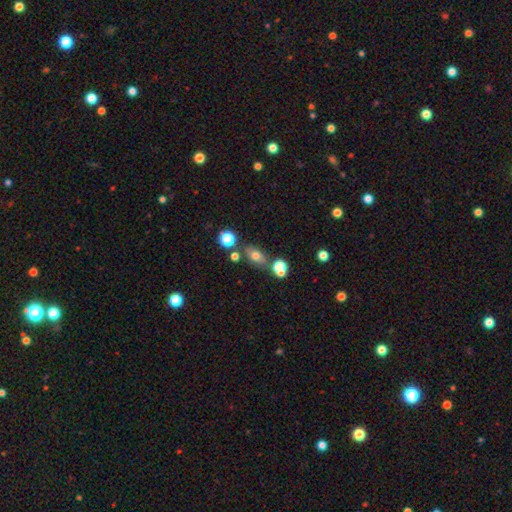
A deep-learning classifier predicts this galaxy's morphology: Smooth or featured?
  - smooth: 67% *
  - featured or disk: 18%
  - star or artifact: 15%
How rounded?
  - in between: 76% *
  - round: 19%
  - cigar-shaped: 5%
Merging?
  - none: 70% *
  - merger: 13%
  - minor disturbance: 13%
  - major disturbance: 4%